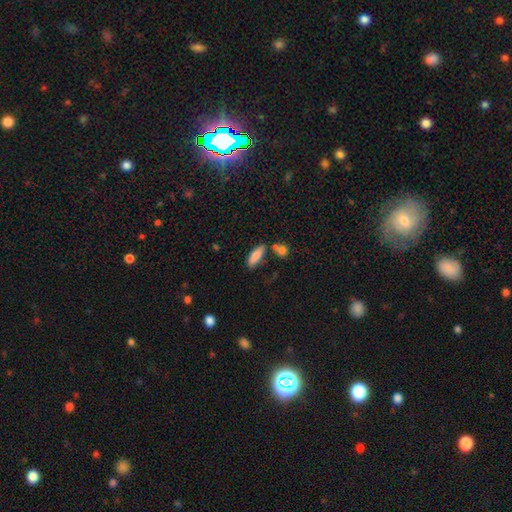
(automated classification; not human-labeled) A smooth galaxy with no disk features (83%) that is in between round and cigar-shaped (61%). Merging: none (72%).